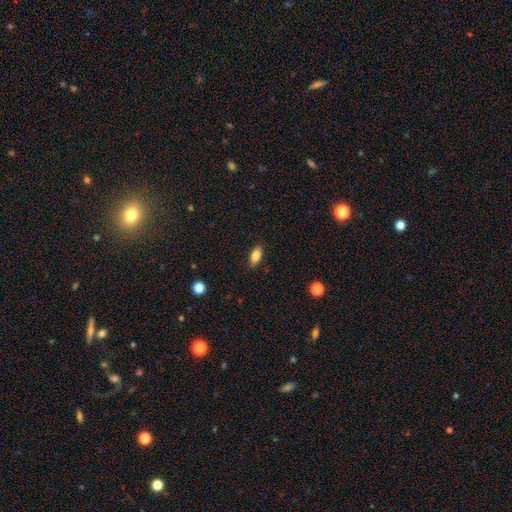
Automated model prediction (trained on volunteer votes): smooth 80%, featured or disk 12%, star or artifact 8%. Down the decision tree: how rounded — in between (85%); merging — none (87%).